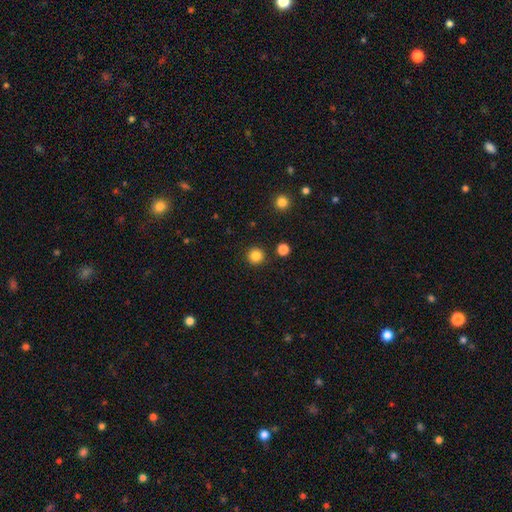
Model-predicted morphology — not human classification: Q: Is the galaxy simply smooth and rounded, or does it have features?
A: smooth — 85%.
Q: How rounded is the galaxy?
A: round — 96%.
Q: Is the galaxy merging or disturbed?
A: none — 92%.